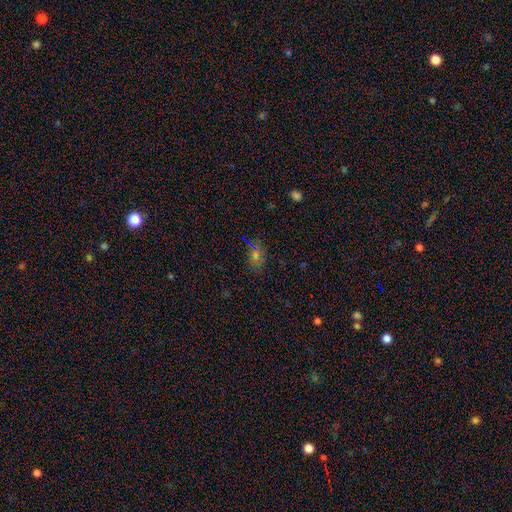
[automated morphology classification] type=smooth (49%); merging=none (72%).